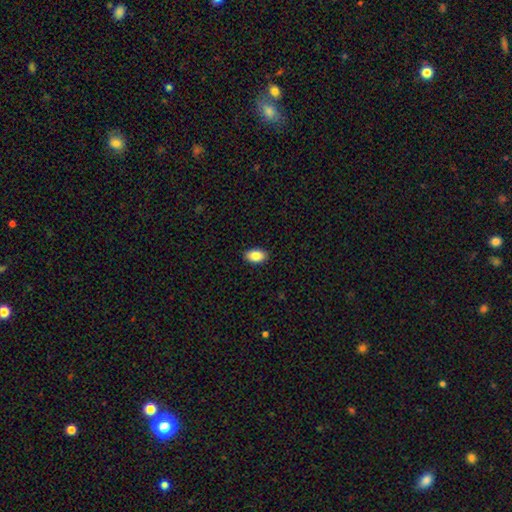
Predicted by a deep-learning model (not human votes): Smooth or featured? Predicted: smooth (p=0.86). How rounded? Predicted: in between (p=0.91). Merging? Predicted: none (p=0.90).